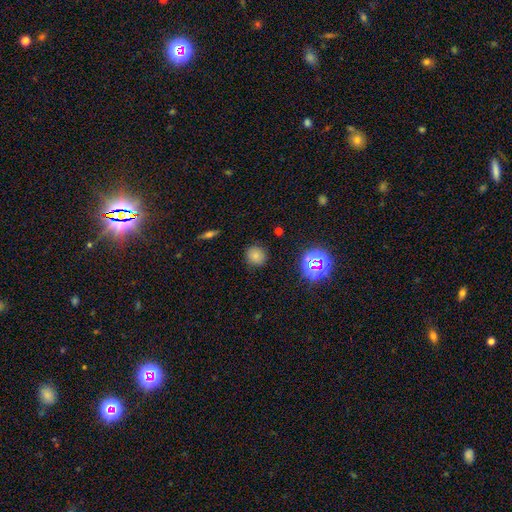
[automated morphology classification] This is likely a smooth galaxy (75%). How rounded: clearly round (89%). Merging: clearly none (87%).